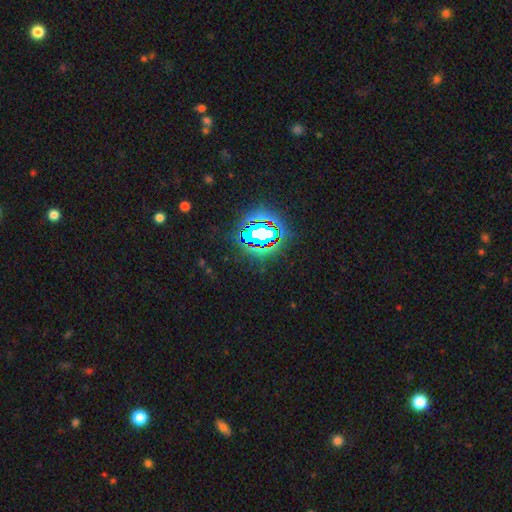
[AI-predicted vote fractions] star or artifact 83%, smooth 10%, featured or disk 7%.